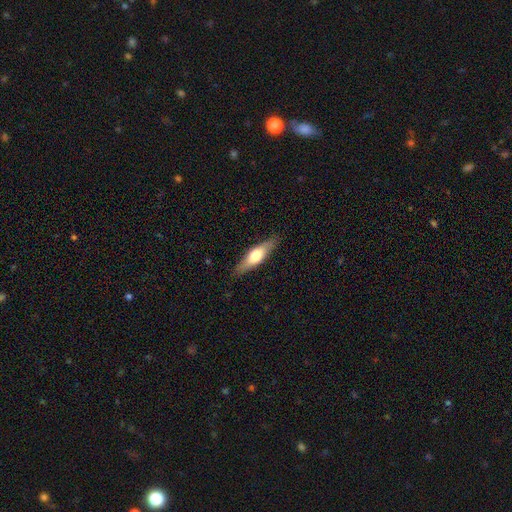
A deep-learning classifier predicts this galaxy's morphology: This appears to be a smooth galaxy with no disk features (54%) that is cigar-shaped (59%). Merging: none (86%).